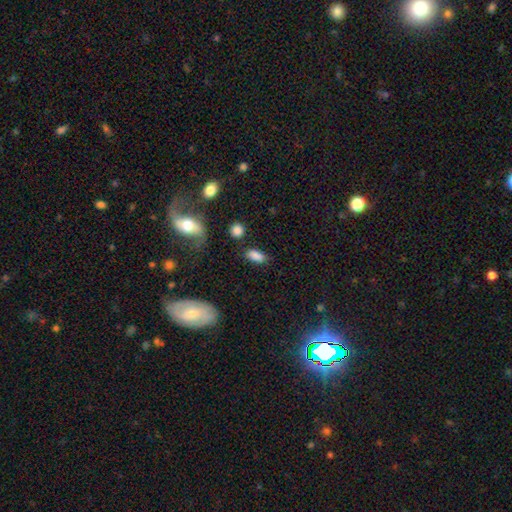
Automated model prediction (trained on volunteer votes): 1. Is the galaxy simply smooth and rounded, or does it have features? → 85% smooth, 9% star or artifact, 5% featured or disk.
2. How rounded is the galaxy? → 86% in between, 8% cigar-shaped, 5% round.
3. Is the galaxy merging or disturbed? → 75% none, 16% minor disturbance, 5% major disturbance, 4% merger.